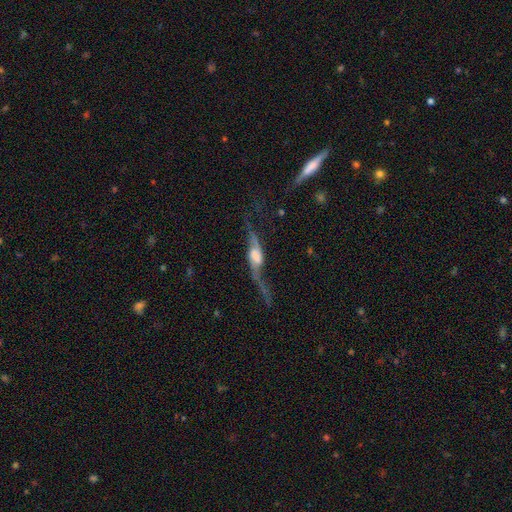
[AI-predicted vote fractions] This appears to be a featured or disk galaxy (77%). Merging: none (45%).